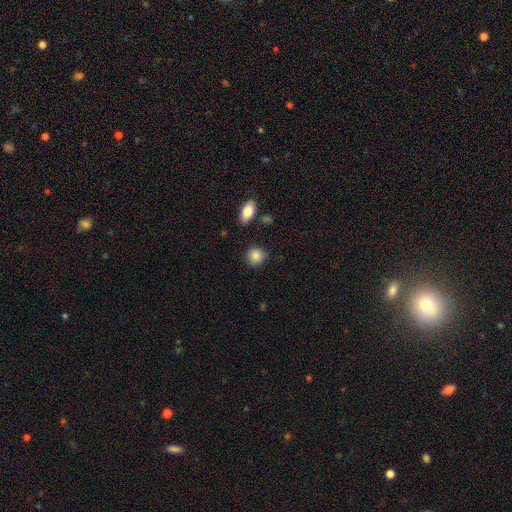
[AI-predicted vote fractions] This is clearly a smooth galaxy (87%). How rounded: clearly round (82%). Merging: clearly none (81%).